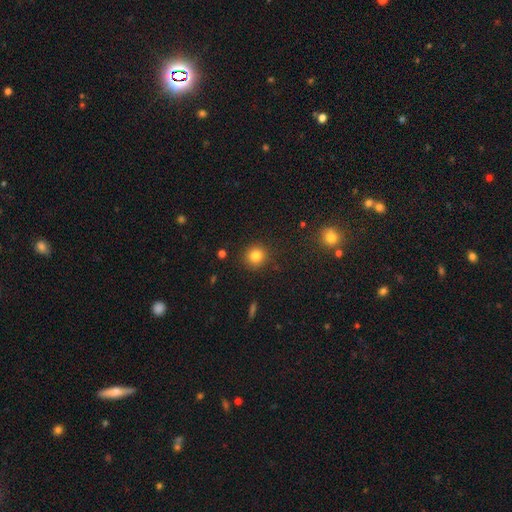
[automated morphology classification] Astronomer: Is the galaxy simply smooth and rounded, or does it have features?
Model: smooth — 82%.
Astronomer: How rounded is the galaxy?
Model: round — 90%.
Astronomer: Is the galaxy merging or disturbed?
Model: none — 89%.